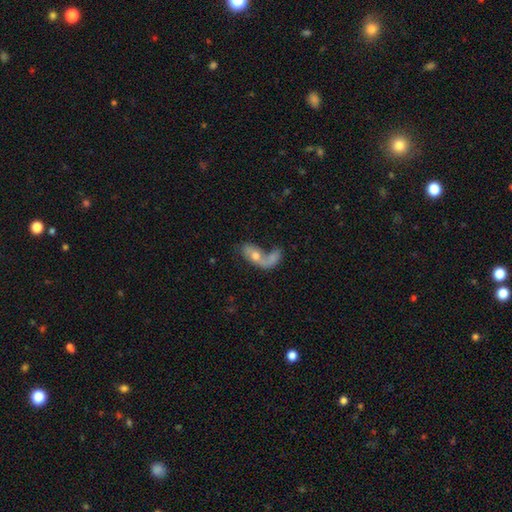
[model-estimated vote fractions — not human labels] A featured or disk galaxy (48%).

Vote fractions:
- Smooth or featured? featured or disk: 48% / smooth: 43% / star or artifact: 9%
- Merging? merger: 44% / major disturbance: 26% / none: 20% / minor disturbance: 11%